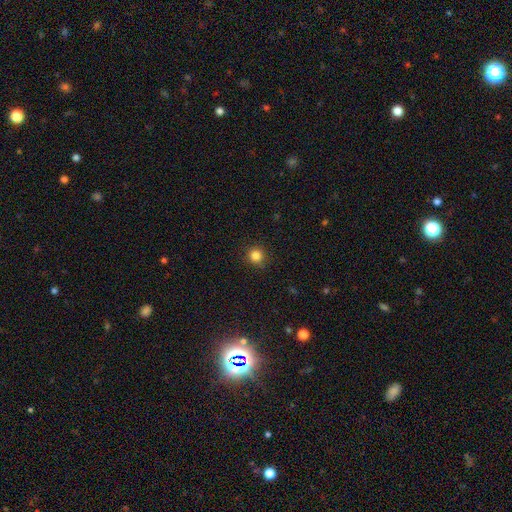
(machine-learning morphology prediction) smooth 84%, star or artifact 13%, featured or disk 4%. Down the decision tree: how rounded — round (94%); merging — none (88%).